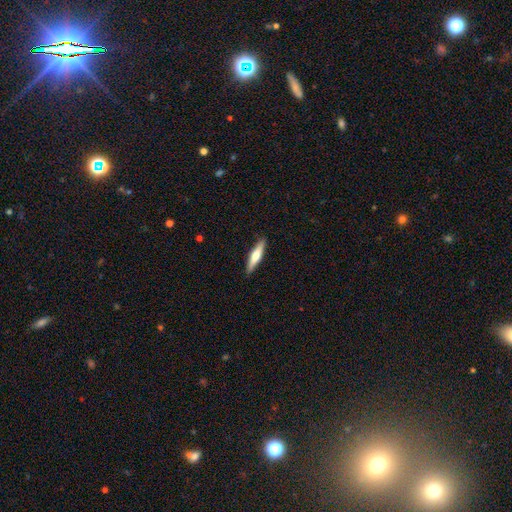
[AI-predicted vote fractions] Q: Smooth or featured?
A: smooth (49%); runner-up: featured or disk (45%)
Q: Merging?
A: none (90%); runner-up: minor disturbance (7%)